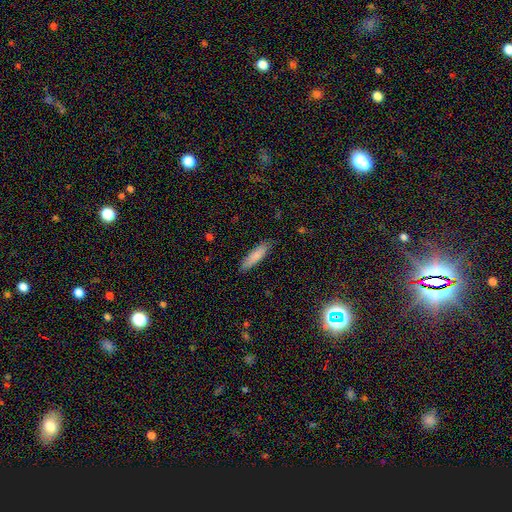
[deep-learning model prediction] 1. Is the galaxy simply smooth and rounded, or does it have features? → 83% smooth, 11% featured or disk, 7% star or artifact.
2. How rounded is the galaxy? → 69% cigar-shaped, 30% in between, 1% round.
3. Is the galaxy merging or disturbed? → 85% none, 12% minor disturbance, 2% major disturbance, 1% merger.